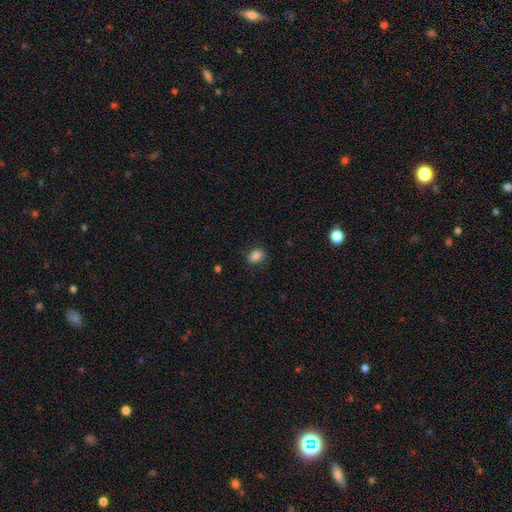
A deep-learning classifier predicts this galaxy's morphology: smooth-or-featured: smooth: 86% | star or artifact: 10% | featured or disk: 4%
  how-rounded: in between: 63% | round: 36% | cigar-shaped: 1%
  merging: none: 82% | minor disturbance: 13% | major disturbance: 3% | merger: 1%